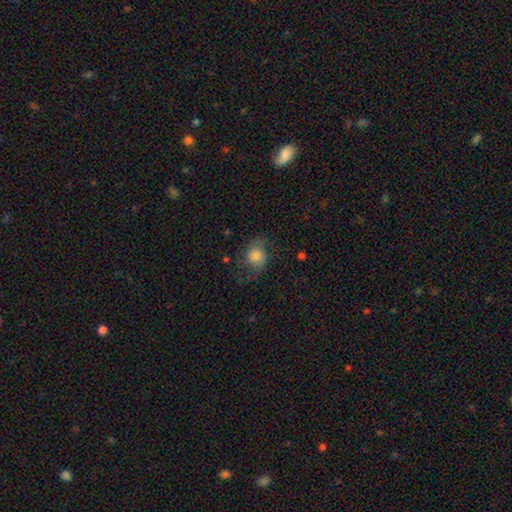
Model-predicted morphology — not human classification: This is possibly a featured or disk galaxy (48%). Merging: possibly none (59%).